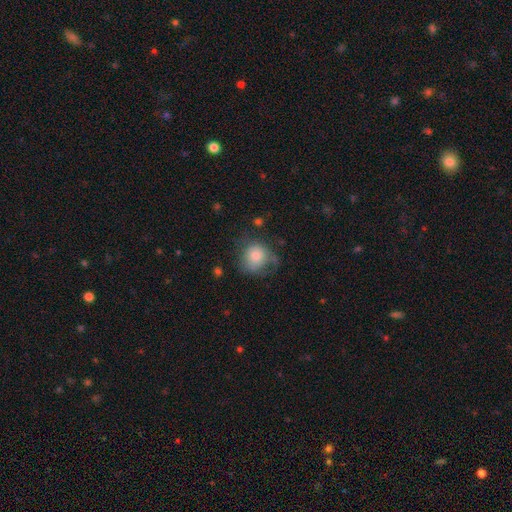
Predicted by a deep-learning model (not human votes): smooth 72%, featured or disk 18%, star or artifact 9%. Down the decision tree: how rounded — round (79%); merging — none (48%).